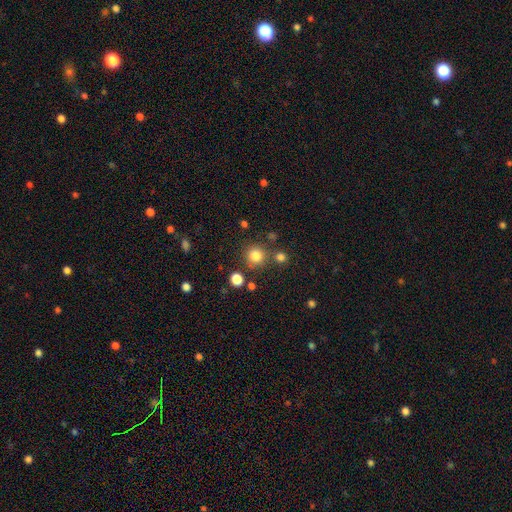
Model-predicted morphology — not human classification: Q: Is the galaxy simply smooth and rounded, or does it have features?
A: smooth — 81%.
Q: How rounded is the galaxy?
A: round — 93%.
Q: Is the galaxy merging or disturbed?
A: none — 81%.